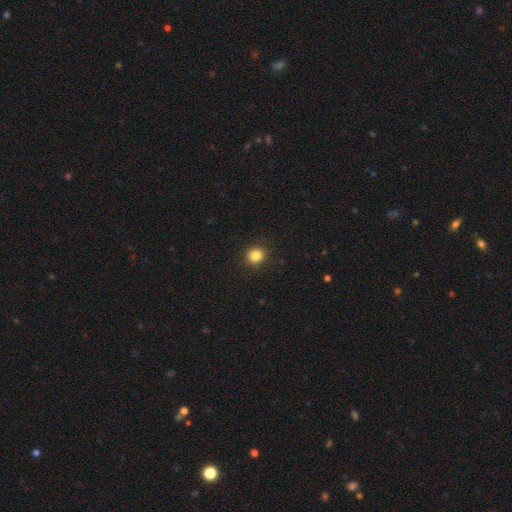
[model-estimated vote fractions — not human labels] Overall: smooth (84%). How rounded: round (89%). Merging: none (92%).